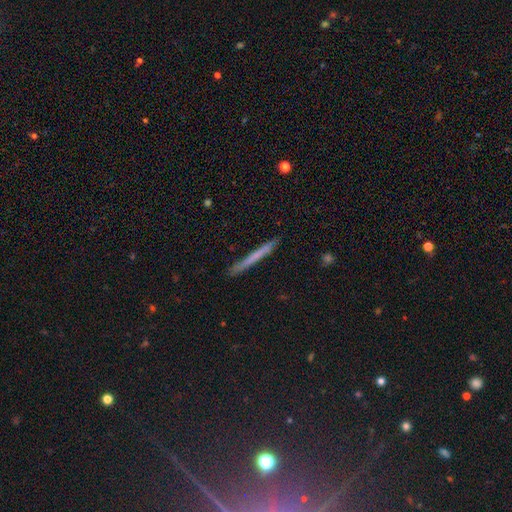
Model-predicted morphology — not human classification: A smooth galaxy with no disk features (59%) that is cigar-shaped (97%).

Vote fractions:
- Smooth or featured? smooth: 59% / featured or disk: 35% / star or artifact: 7%
- How rounded? cigar-shaped: 97% / in between: 2% / round: 1%
- Merging? none: 90% / minor disturbance: 8% / major disturbance: 1% / merger: 1%